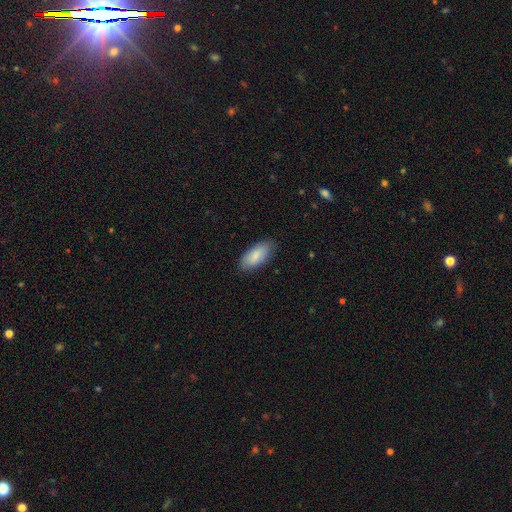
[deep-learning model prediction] Smooth or featured? Predicted: smooth (p=0.86). How rounded? Predicted: in between (p=0.88). Merging? Predicted: none (p=0.83).